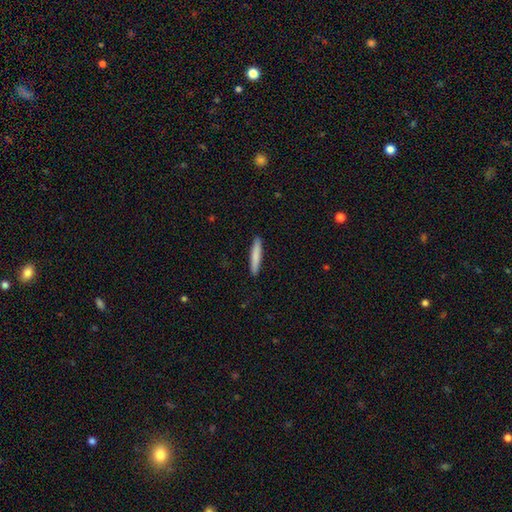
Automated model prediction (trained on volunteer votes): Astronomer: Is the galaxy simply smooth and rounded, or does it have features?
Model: smooth — 81%.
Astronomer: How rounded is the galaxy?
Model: cigar-shaped — 94%.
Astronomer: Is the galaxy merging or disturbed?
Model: none — 91%.